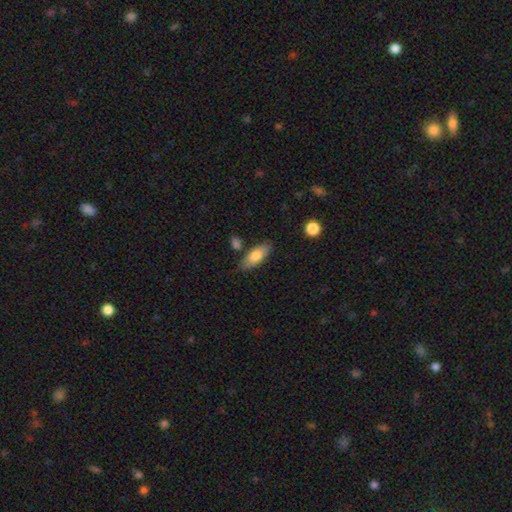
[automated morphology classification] smooth_or_featured: smooth (p=0.77) [alt: featured or disk p=0.17]
how_rounded: in between (p=0.78) [alt: cigar-shaped p=0.19]
merging: none (p=0.78) [alt: minor disturbance p=0.14]